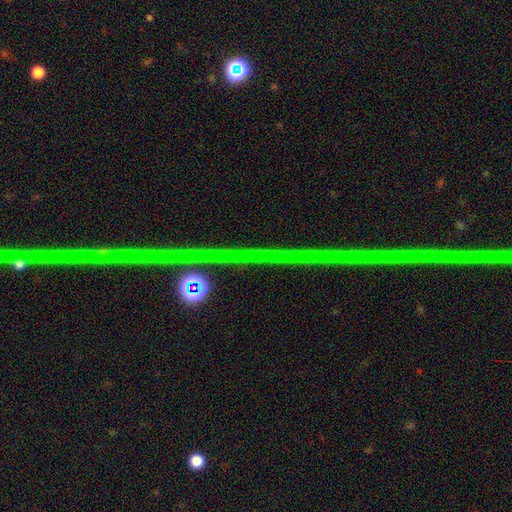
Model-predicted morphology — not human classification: smooth_or_featured: star or artifact (p=0.85) [alt: featured or disk p=0.09]